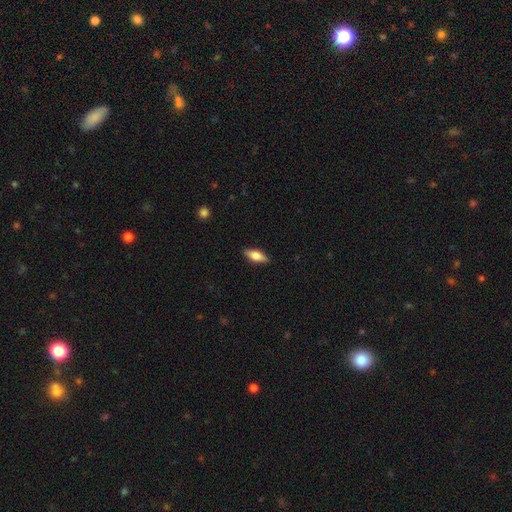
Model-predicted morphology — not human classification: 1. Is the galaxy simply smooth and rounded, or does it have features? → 65% smooth, 28% featured or disk, 7% star or artifact.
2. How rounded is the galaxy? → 73% in between, 24% cigar-shaped, 3% round.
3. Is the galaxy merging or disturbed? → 87% none, 10% minor disturbance, 2% major disturbance, 1% merger.